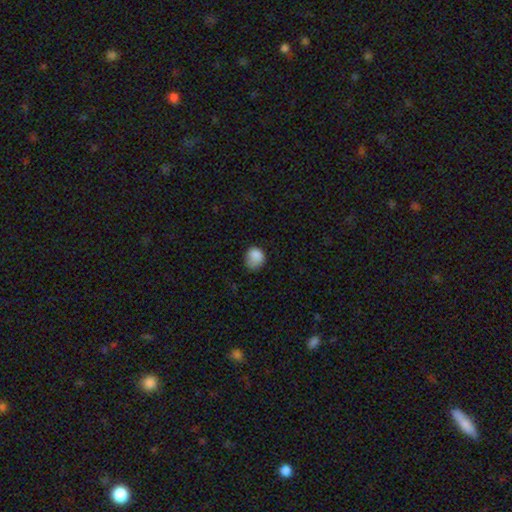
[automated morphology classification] A smooth galaxy with no disk features (85%) that is round (62%).

Vote fractions:
- Smooth or featured? smooth: 85% / star or artifact: 9% / featured or disk: 6%
- How rounded? round: 62% / in between: 37% / cigar-shaped: 1%
- Merging? none: 54% / minor disturbance: 32% / major disturbance: 12% / merger: 2%